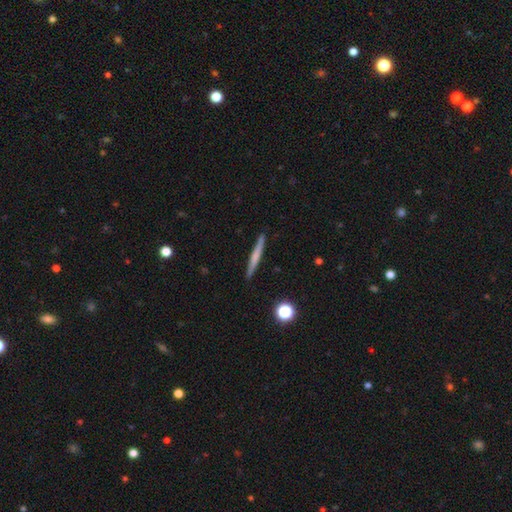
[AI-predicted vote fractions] Q: Smooth or featured?
A: smooth (49%); runner-up: featured or disk (44%)
Q: Merging?
A: none (91%); runner-up: minor disturbance (6%)